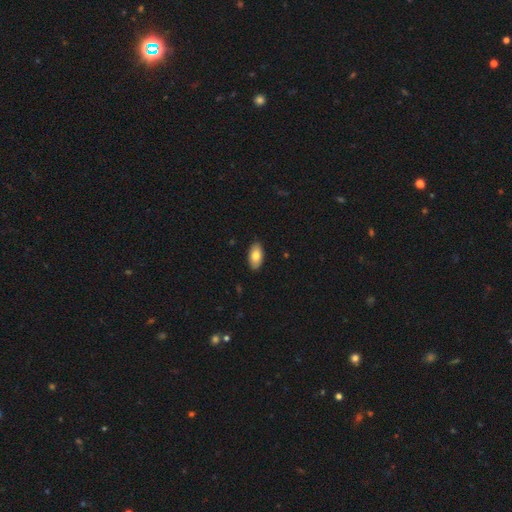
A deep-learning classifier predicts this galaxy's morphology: Smooth or featured: smooth — 80% (featured or disk — 13%)
How rounded: in between — 94% (cigar-shaped — 3%)
Merging: none — 90% (minor disturbance — 8%)